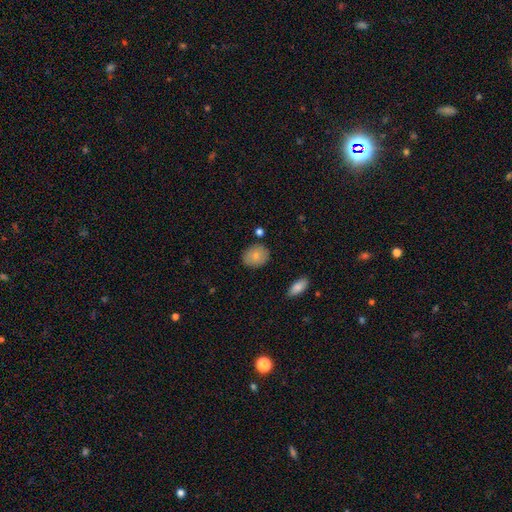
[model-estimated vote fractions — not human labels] Smooth or featured: smooth — 79% (featured or disk — 14%)
How rounded: round — 52% (in between — 47%)
Merging: none — 82% (minor disturbance — 12%)